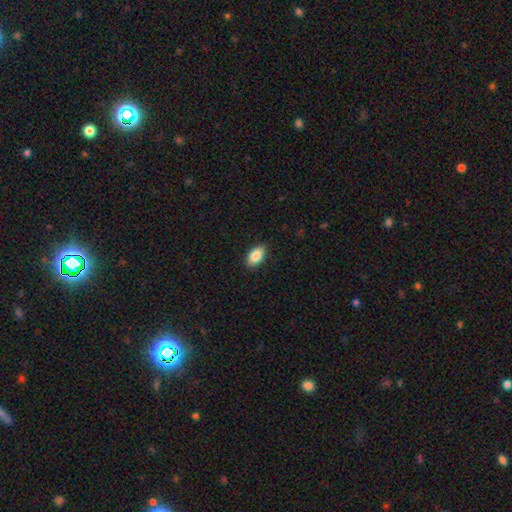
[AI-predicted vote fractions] The model was most divided on "merging": none: 88%, minor disturbance: 9%, major disturbance: 2%, merger: 1%. More confident: how rounded — in between (92%); smooth or featured — smooth (87%).